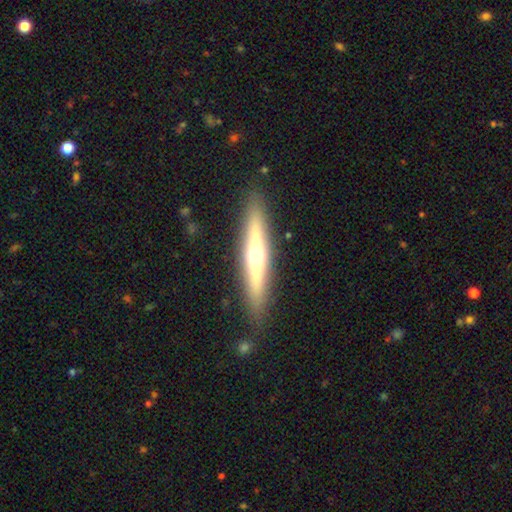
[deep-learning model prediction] Morphology: type=featured or disk (61%); edge-on=yes (94%); edge-on bulge=rounded (88%); merging=none (88%).